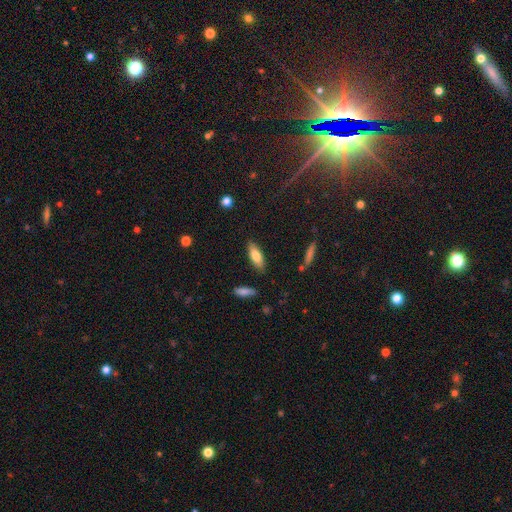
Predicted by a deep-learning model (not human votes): The model was most divided on "how rounded": in between: 61%, cigar-shaped: 37%, round: 2%. More confident: merging — none (82%); smooth or featured — smooth (77%).